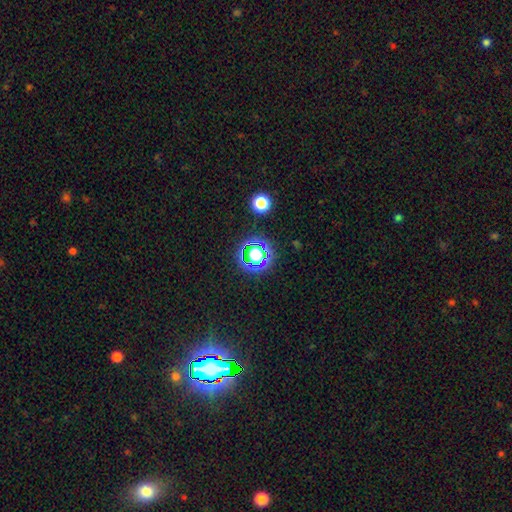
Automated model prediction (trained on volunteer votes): smooth_or_featured: star or artifact (p=0.50) [alt: smooth p=0.39]